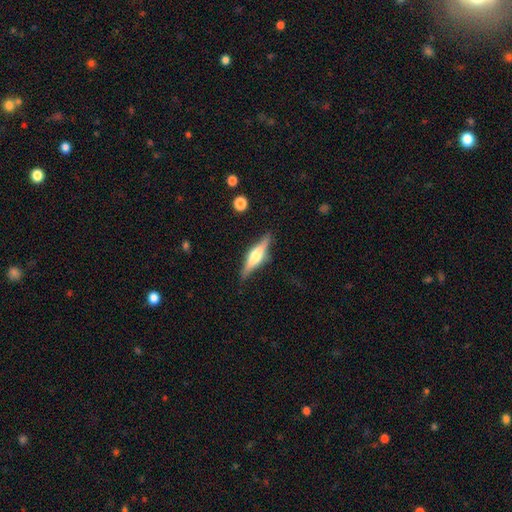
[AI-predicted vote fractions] Smooth or featured: featured or disk — 62% (smooth — 32%)
Edge-on disk: yes — 95% (no — 5%)
Edge-on bulge: rounded — 80% (boxy — 16%)
Merging: none — 82% (minor disturbance — 13%)